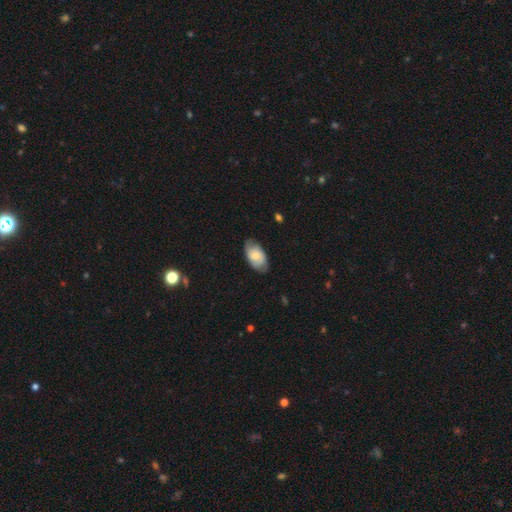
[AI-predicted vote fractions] smooth_or_featured: smooth (p=0.55) [alt: featured or disk p=0.39]
how_rounded: in between (p=0.93) [alt: round p=0.05]
merging: none (p=0.75) [alt: minor disturbance p=0.20]